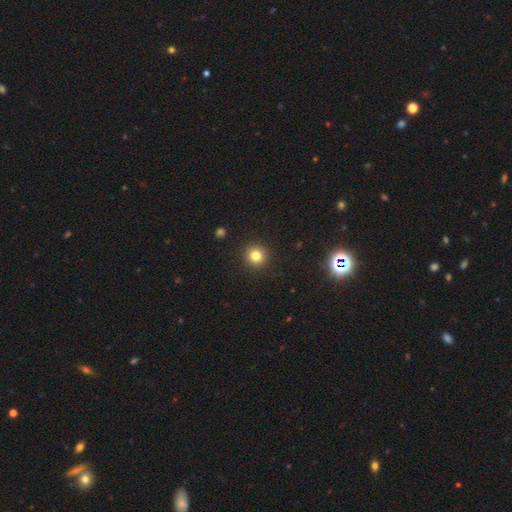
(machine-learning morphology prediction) type=smooth (80%); roundness=round (94%); merging=none (92%).